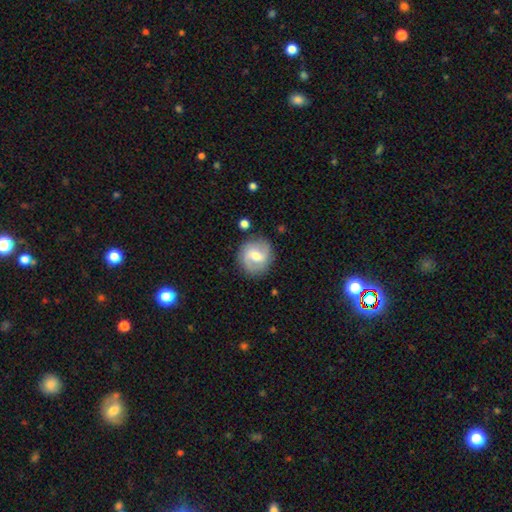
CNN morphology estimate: Smooth or featured? featured or disk (65%)
Edge-on disk? no (97%)
Bar? weak (53%)
Spiral arms? yes (86%)
Spiral winding? medium (46%)
Spiral arm count? 2 (82%)
Bulge size? moderate (67%)
Merging? none (82%)